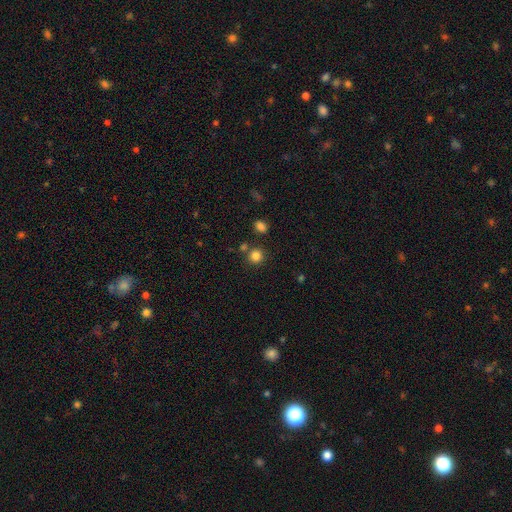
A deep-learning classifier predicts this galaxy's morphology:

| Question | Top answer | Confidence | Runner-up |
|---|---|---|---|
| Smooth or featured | smooth | 83% | star or artifact (13%) |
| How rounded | round | 91% | in between (8%) |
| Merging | none | 79% | merger (10%) |